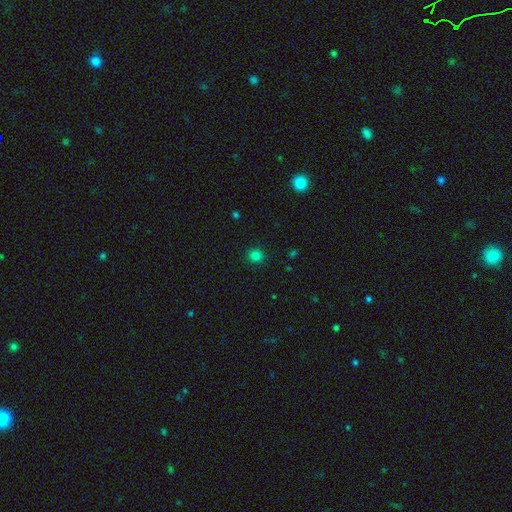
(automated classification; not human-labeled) Smooth or featured: smooth — 80% (star or artifact — 16%)
How rounded: round — 86% (in between — 13%)
Merging: none — 91% (minor disturbance — 6%)